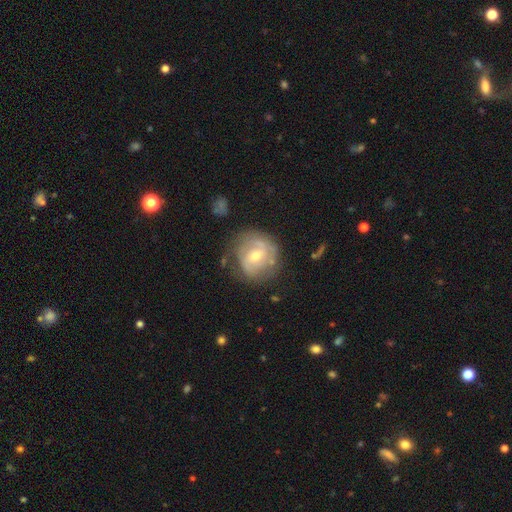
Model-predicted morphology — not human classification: Overall: featured or disk (71%). Edge-on disk: no (97%). Bar: weak (45%; no 41%). Spiral arms: yes (82%). Spiral arm count: 2 (61%; can't tell 23%). Spiral winding: medium (41%; tight 38%). Bulge size: moderate (53%; small 43%). Merging: none (64%).